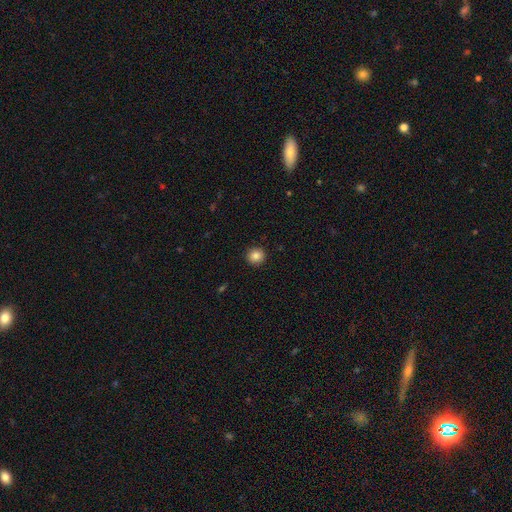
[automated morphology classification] This appears to be a smooth galaxy with no disk features (85%) that is round (93%). Merging: none (92%).